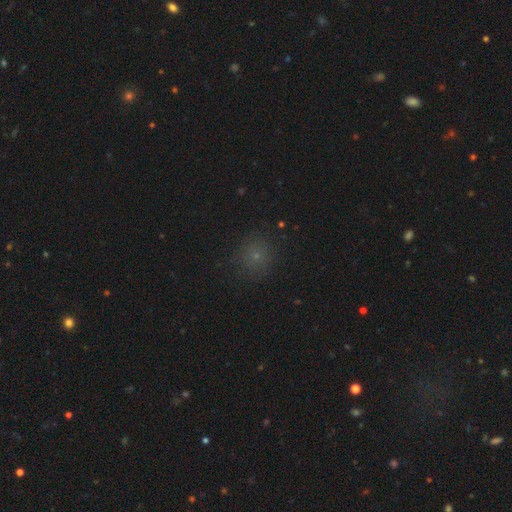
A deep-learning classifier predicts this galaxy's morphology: smooth 67%, star or artifact 26%, featured or disk 7%. Down the decision tree: how rounded — round (91%); merging — none (86%).